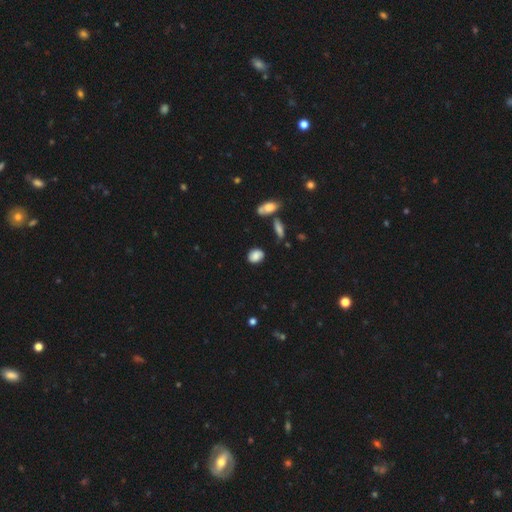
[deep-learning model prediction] A smooth galaxy with no disk features (79%) that is in between round and cigar-shaped (55%). Merging: none (73%).